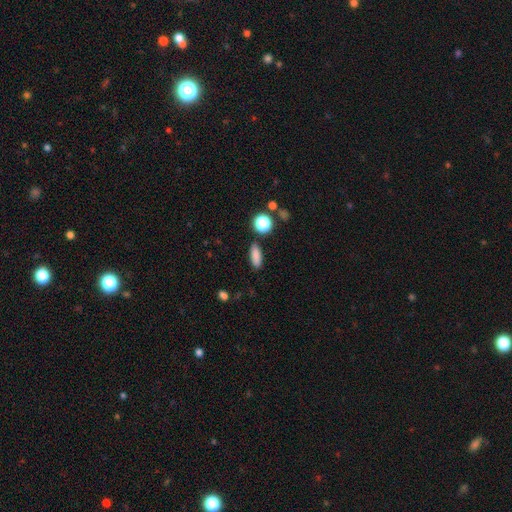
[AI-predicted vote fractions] This appears to be a smooth galaxy with no disk features (84%) that is in between round and cigar-shaped (62%). Merging: none (85%).